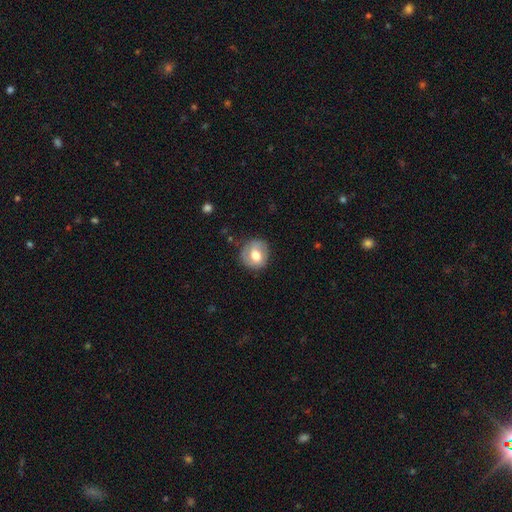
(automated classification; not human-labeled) A smooth galaxy with no disk features (60%) that is round (84%). Merging: none (77%).